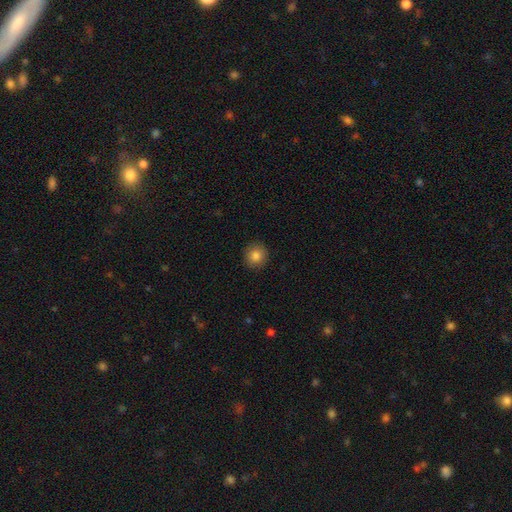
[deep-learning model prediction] This is clearly a smooth galaxy (84%). How rounded: clearly round (90%). Merging: clearly none (91%).